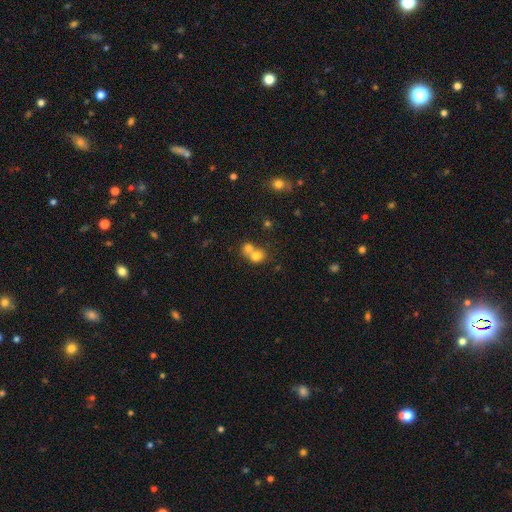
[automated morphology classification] Q: Smooth or featured?
A: smooth (74%); runner-up: featured or disk (14%)
Q: How rounded?
A: round (69%); runner-up: in between (30%)
Q: Merging?
A: merger (63%); runner-up: none (28%)